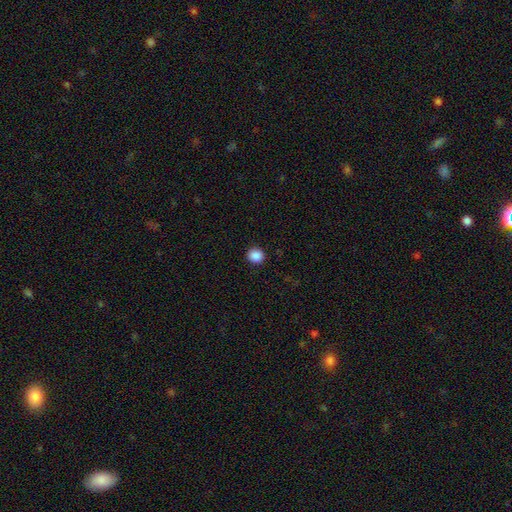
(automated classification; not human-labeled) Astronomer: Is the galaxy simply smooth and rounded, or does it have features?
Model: smooth — 88%.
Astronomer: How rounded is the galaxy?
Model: round — 86%.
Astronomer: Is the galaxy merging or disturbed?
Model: none — 92%.